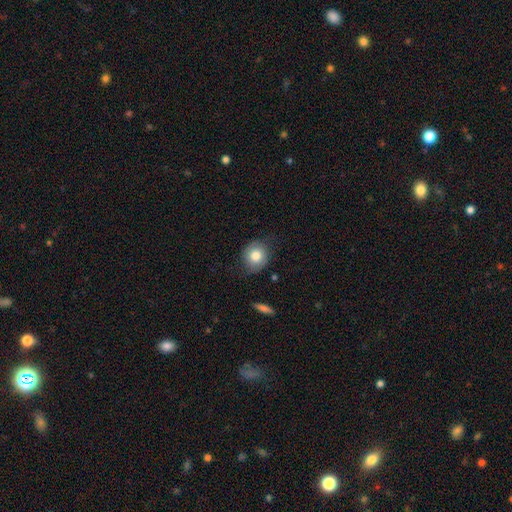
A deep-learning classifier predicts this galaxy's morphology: Smooth or featured?
  - smooth: 77% *
  - featured or disk: 15%
  - star or artifact: 8%
How rounded?
  - round: 75% *
  - in between: 24%
  - cigar-shaped: 1%
Merging?
  - none: 74% *
  - minor disturbance: 19%
  - major disturbance: 5%
  - merger: 2%